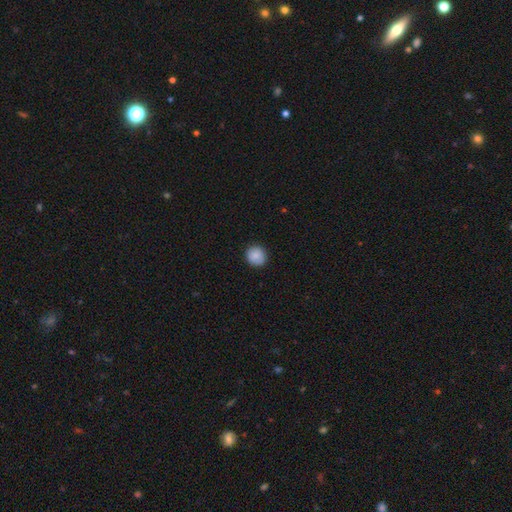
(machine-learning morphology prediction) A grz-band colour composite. It shows a smooth galaxy with no disk features (86%) that is round (91%). Merging: none (90%).